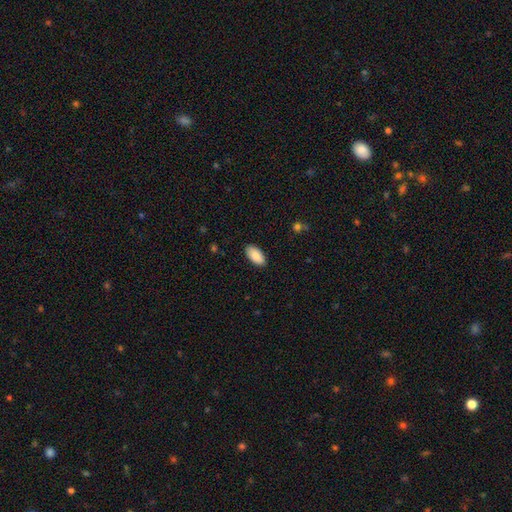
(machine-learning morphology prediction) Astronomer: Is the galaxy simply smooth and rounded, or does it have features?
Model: smooth — 89%.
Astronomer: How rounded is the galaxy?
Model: in between — 95%.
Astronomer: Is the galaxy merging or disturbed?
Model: none — 89%.